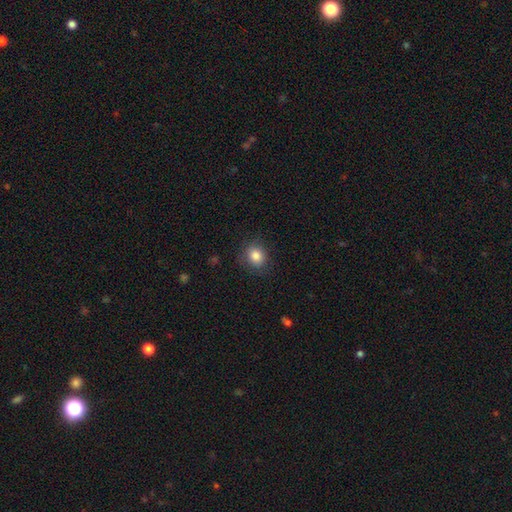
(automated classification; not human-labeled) Smooth or featured? Predicted: smooth (p=0.85). How rounded? Predicted: round (p=0.69). Merging? Predicted: none (p=0.82).